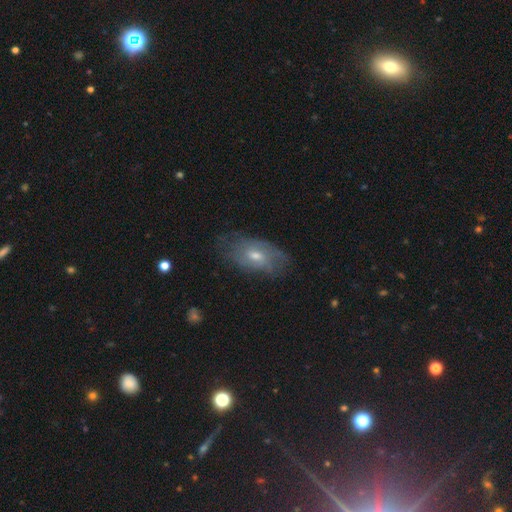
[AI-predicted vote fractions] smooth-or-featured: featured or disk: 53% | smooth: 38% | star or artifact: 9%
  disk-edge-on: no: 90% | yes: 10%
  merging: none: 67% | minor disturbance: 24% | major disturbance: 8% | merger: 1%